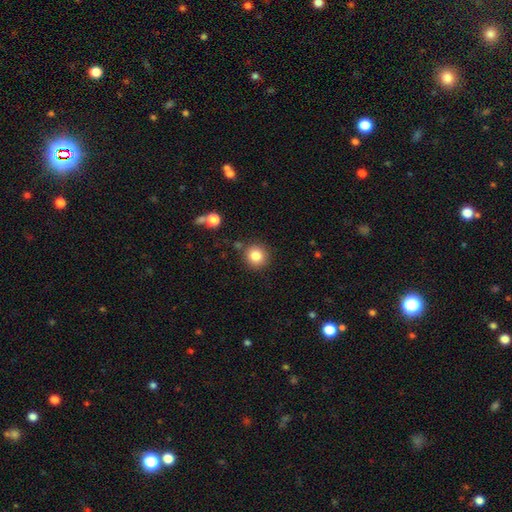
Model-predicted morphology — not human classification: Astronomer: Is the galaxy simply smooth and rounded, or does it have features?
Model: smooth — 84%.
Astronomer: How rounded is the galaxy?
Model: round — 92%.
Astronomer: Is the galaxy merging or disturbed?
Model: none — 86%.